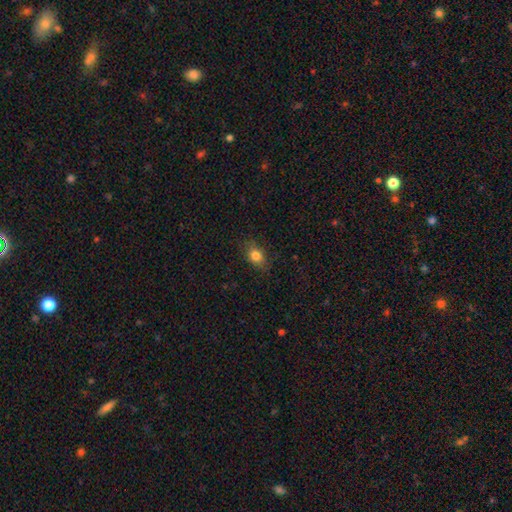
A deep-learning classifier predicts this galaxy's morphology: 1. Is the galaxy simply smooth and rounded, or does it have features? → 80% smooth, 11% star or artifact, 9% featured or disk.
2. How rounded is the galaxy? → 65% in between, 32% round, 3% cigar-shaped.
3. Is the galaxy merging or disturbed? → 82% none, 14% minor disturbance, 3% major disturbance, 1% merger.